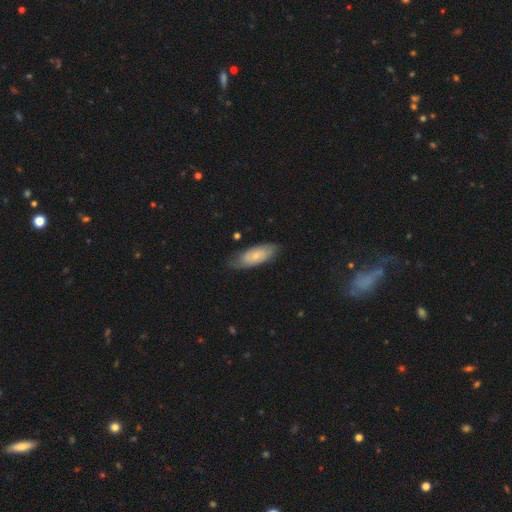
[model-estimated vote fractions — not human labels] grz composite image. It shows a smooth galaxy with no disk features (54%) that is in between round and cigar-shaped (77%). Merging: none (73%).